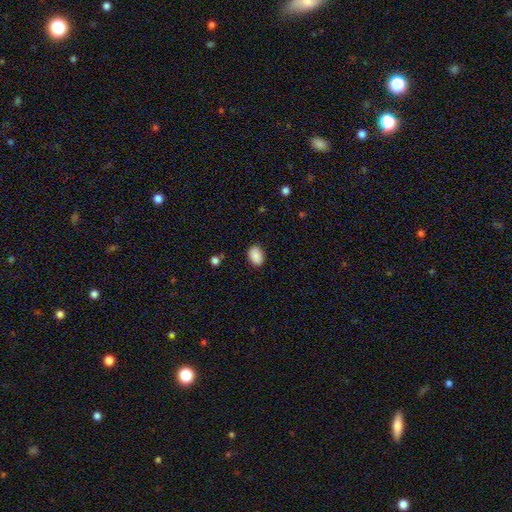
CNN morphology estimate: The model was most divided on "how rounded": in between: 80%, round: 19%, cigar-shaped: 1%. More confident: smooth or featured — smooth (88%); merging — none (84%).